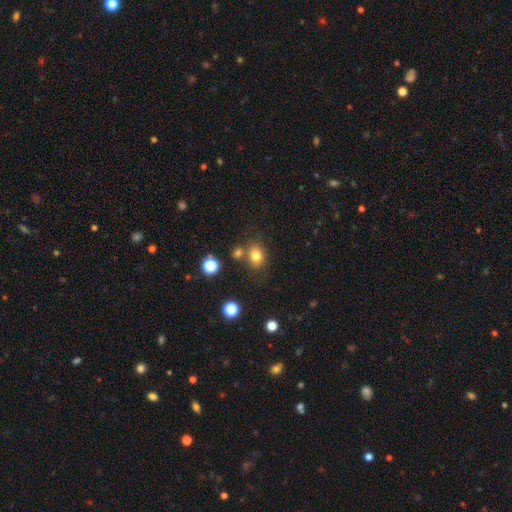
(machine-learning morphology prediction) The model was most divided on "how rounded": round: 54%, in between: 45%, cigar-shaped: 1%. More confident: smooth or featured — smooth (79%); merging — none (68%).